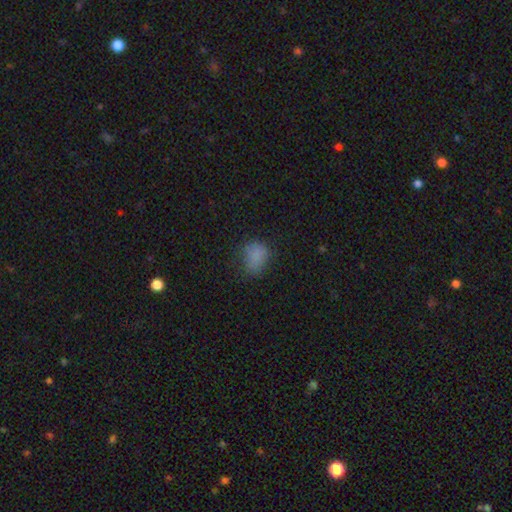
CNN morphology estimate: Smooth or featured: smooth — 78% (star or artifact — 15%)
How rounded: in between — 56% (round — 43%)
Merging: none — 61% (minor disturbance — 26%)